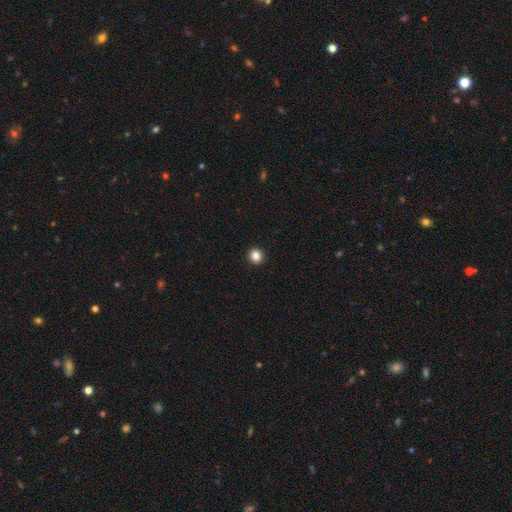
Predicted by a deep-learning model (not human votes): smooth_or_featured: smooth (p=0.85) [alt: star or artifact p=0.11]
how_rounded: round (p=0.92) [alt: in between p=0.07]
merging: none (p=0.94) [alt: minor disturbance p=0.04]